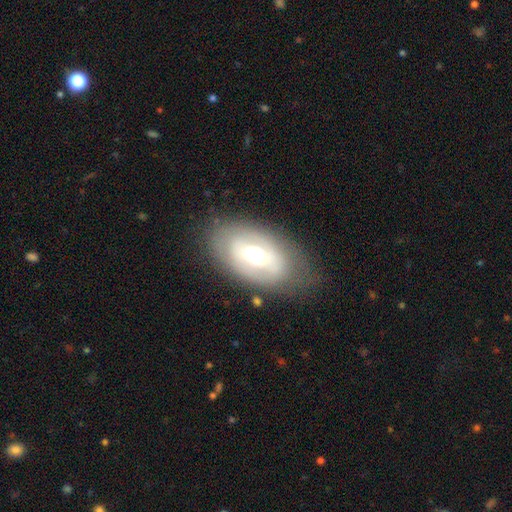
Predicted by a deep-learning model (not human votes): Overall: featured or disk (50%; smooth 41%). Merging: none (71%).